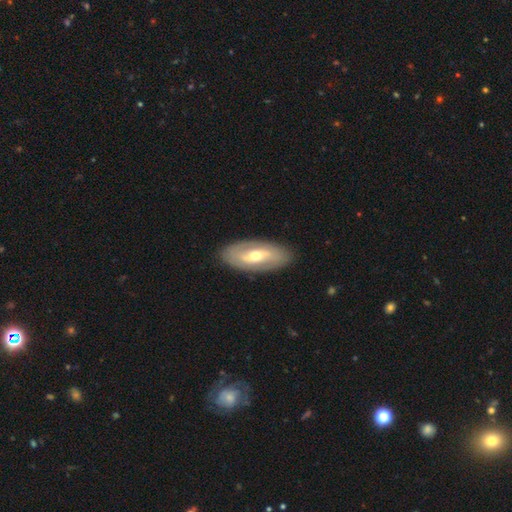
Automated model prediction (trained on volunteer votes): The model was most divided on "bar": weak: 40%, no: 35%, strong: 26%. More confident: edge-on disk — no (88%); merging — none (87%); smooth or featured — featured or disk (66%); bulge size — moderate (65%); spiral arms — yes (62%).